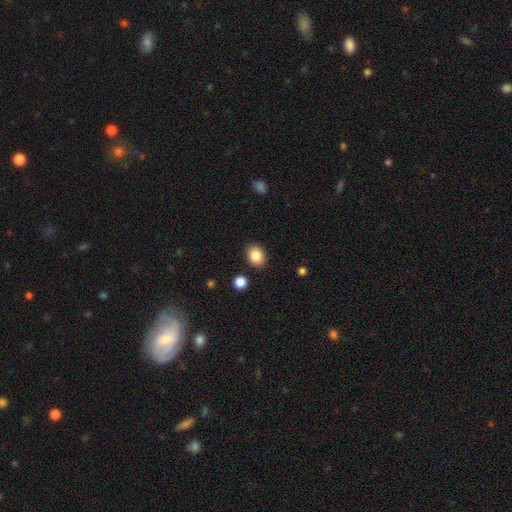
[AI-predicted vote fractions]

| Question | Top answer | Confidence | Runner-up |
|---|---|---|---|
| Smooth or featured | smooth | 86% | star or artifact (9%) |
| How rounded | in between | 54% | round (45%) |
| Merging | none | 88% | minor disturbance (8%) |